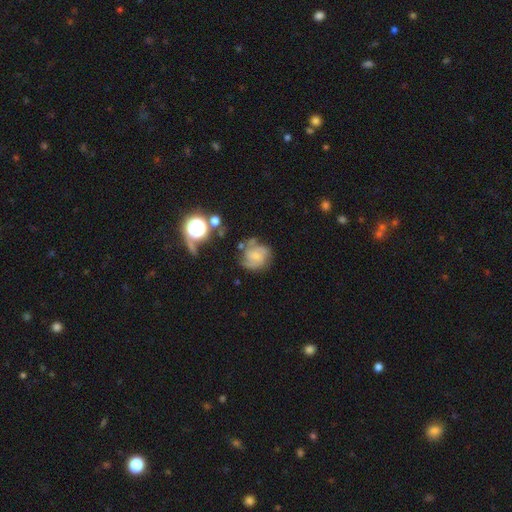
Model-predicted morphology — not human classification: smooth_or_featured: featured or disk (p=0.66) [alt: smooth p=0.24]
disk_edge_on: no (p=0.98) [alt: yes p=0.02]
bar: no (p=0.66) [alt: weak p=0.29]
has_spiral_arms: yes (p=0.91) [alt: no p=0.09]
spiral_winding: medium (p=0.44) [alt: tight p=0.40]
spiral_arm_count: 3 (p=0.34) [alt: can't tell p=0.25]
bulge_size: small (p=0.50) [alt: moderate p=0.27]
merging: none (p=0.59) [alt: minor disturbance p=0.23]